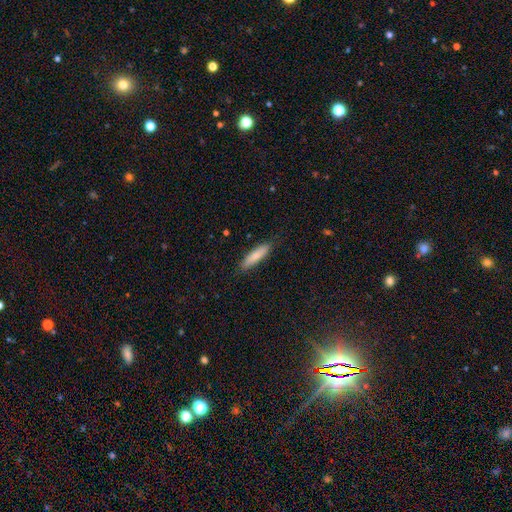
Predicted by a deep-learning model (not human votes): This is likely a smooth galaxy (77%). How rounded: likely cigar-shaped (72%). Merging: clearly none (84%).